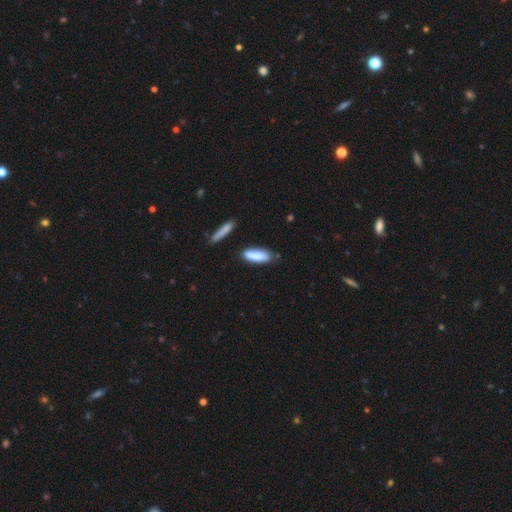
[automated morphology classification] Smooth or featured? Predicted: smooth (p=0.84). How rounded? Predicted: in between (p=0.55). Merging? Predicted: none (p=0.71).